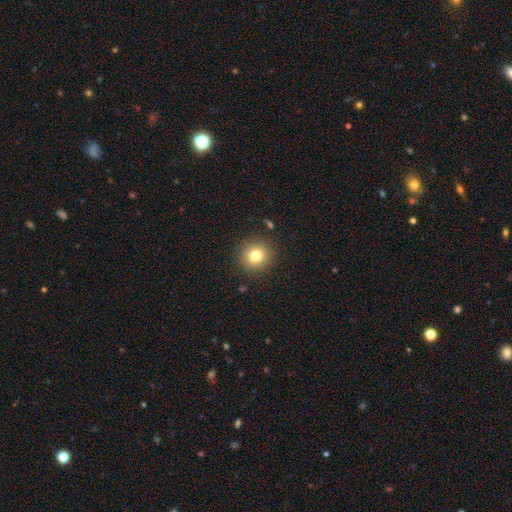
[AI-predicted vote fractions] smooth_or_featured: smooth (p=0.79) [alt: star or artifact p=0.12]
how_rounded: round (p=0.93) [alt: in between p=0.06]
merging: none (p=0.89) [alt: minor disturbance p=0.07]